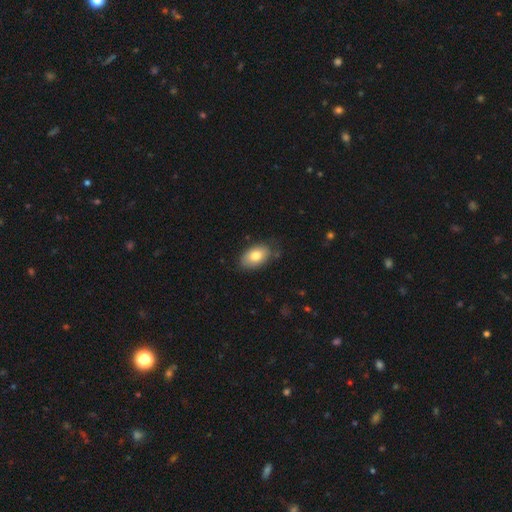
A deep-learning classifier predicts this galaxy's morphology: This is likely a smooth galaxy (79%). How rounded: clearly in between (91%). Merging: likely none (77%).